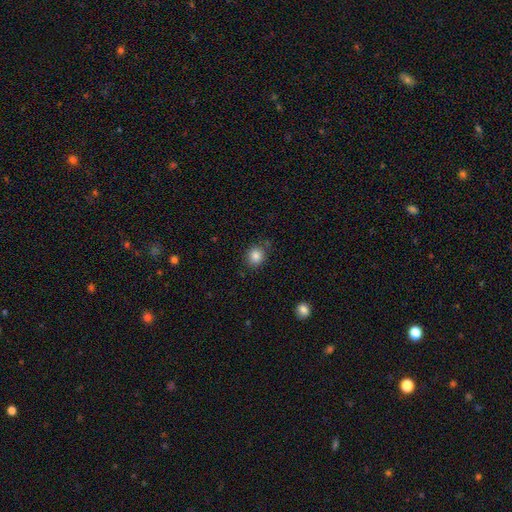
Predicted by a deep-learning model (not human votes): Smooth or featured: smooth — 85% (star or artifact — 10%)
How rounded: round — 77% (in between — 22%)
Merging: none — 81% (minor disturbance — 13%)